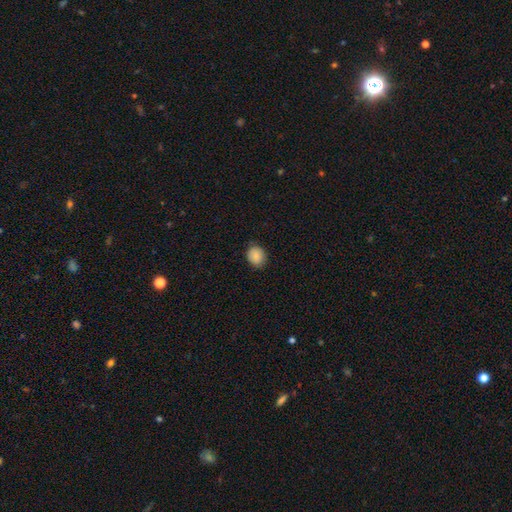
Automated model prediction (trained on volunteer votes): Smooth or featured?
  - smooth: 86% *
  - star or artifact: 8%
  - featured or disk: 7%
How rounded?
  - round: 68% *
  - in between: 31%
  - cigar-shaped: 1%
Merging?
  - none: 81% *
  - minor disturbance: 16%
  - major disturbance: 3%
  - merger: 1%